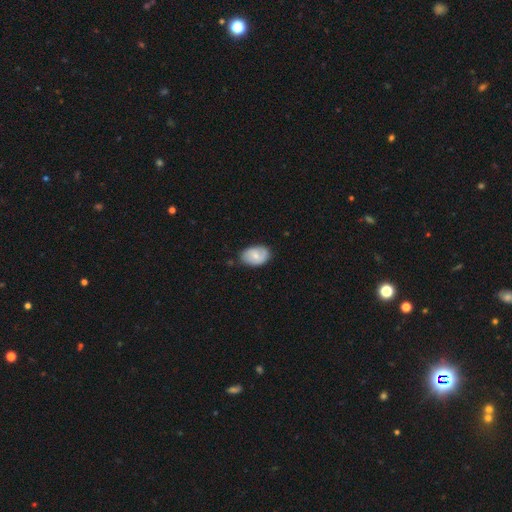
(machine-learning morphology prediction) A smooth galaxy with no disk features (64%) that is in between round and cigar-shaped (87%).

Vote fractions:
- Smooth or featured? smooth: 64% / featured or disk: 29% / star or artifact: 7%
- How rounded? in between: 87% / round: 12% / cigar-shaped: 1%
- Merging? none: 71% / minor disturbance: 23% / major disturbance: 4% / merger: 2%